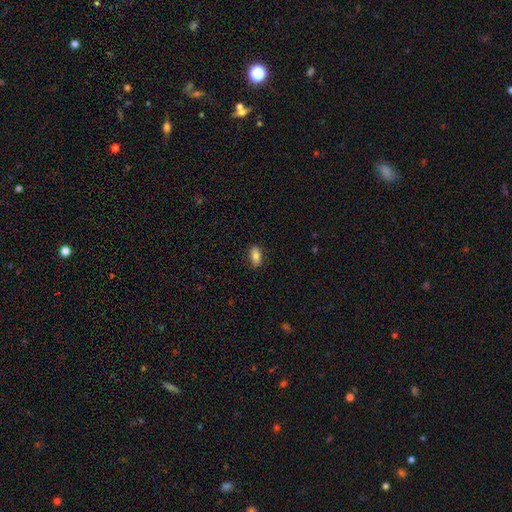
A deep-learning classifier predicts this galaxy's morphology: Smooth or featured: smooth — 80% (featured or disk — 12%)
How rounded: in between — 87% (cigar-shaped — 9%)
Merging: none — 85% (minor disturbance — 11%)